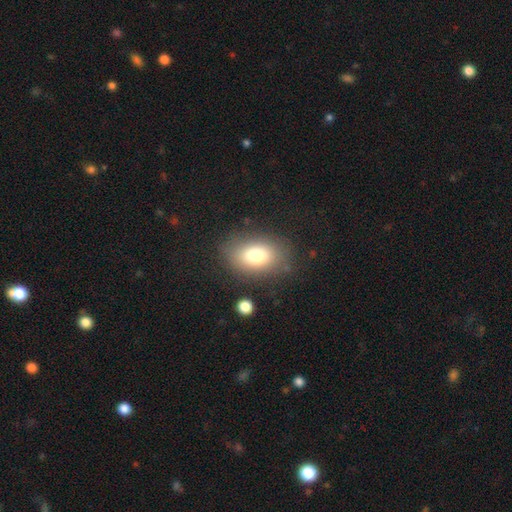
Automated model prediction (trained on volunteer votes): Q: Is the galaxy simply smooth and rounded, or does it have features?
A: smooth — 78%.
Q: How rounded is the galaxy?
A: in between — 81%.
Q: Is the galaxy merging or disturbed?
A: none — 79%.